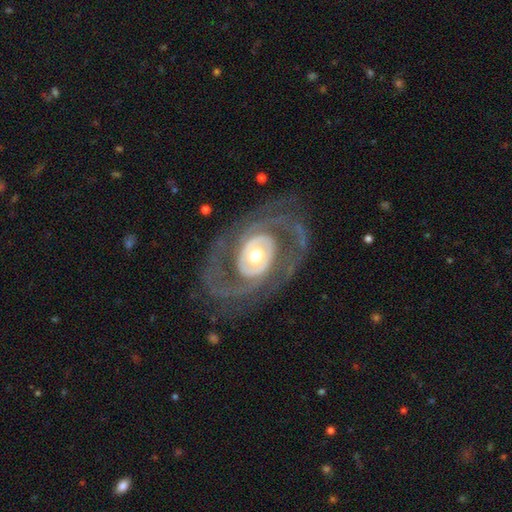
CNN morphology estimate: A featured or disk galaxy (86%) with no bar (72%), 2 (64%) tight (44%) spiral arms (77%) and a moderate central bulge (64%).

Vote fractions:
- Smooth or featured? featured or disk: 86% / smooth: 10% / star or artifact: 4%
- Edge-on disk? no: 95% / yes: 5%
- Bar? no: 72% / weak: 19% / strong: 9%
- Spiral arms? yes: 77% / no: 23%
- Spiral winding? tight: 44% / medium: 37% / loose: 19%
- Spiral arm count? 2: 64% / can't tell: 16% / 3: 7% / 1: 6% / 4: 4% / more than 4: 3%
- Bulge size? moderate: 64% / large: 24% / small: 9% / dominant: 2% / none: 1%
- Merging? none: 74% / major disturbance: 12% / minor disturbance: 12% / merger: 1%